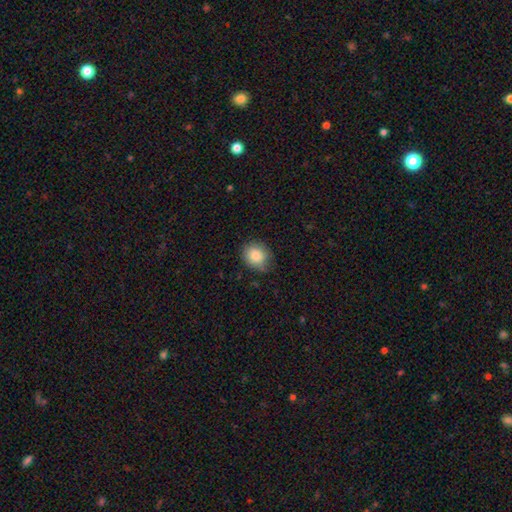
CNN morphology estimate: Smooth or featured?
  - smooth: 86% *
  - star or artifact: 8%
  - featured or disk: 6%
How rounded?
  - round: 68% *
  - in between: 31%
  - cigar-shaped: 1%
Merging?
  - none: 74% *
  - minor disturbance: 21%
  - major disturbance: 4%
  - merger: 1%